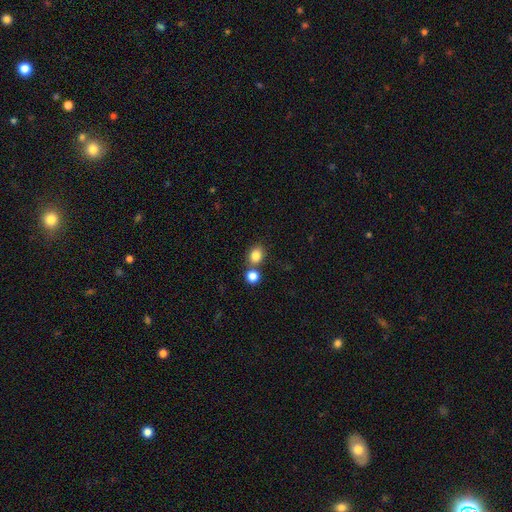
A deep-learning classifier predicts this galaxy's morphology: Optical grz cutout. It shows a smooth galaxy with no disk features (83%) that is round (62%). Merging: none (63%).